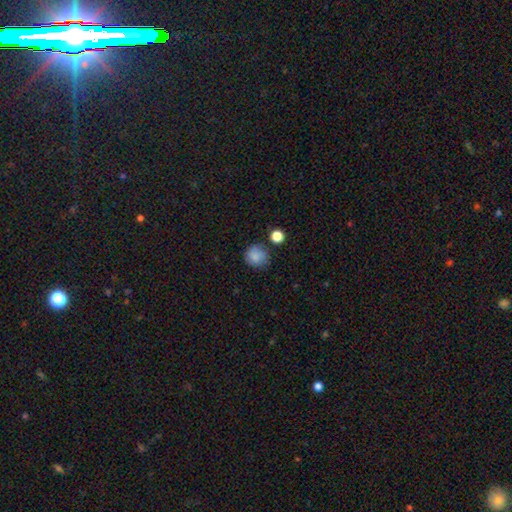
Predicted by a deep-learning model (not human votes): smooth-or-featured: smooth: 85% | star or artifact: 9% | featured or disk: 5%
  how-rounded: round: 88% | in between: 11% | cigar-shaped: 1%
  merging: none: 74% | minor disturbance: 17% | merger: 5% | major disturbance: 4%